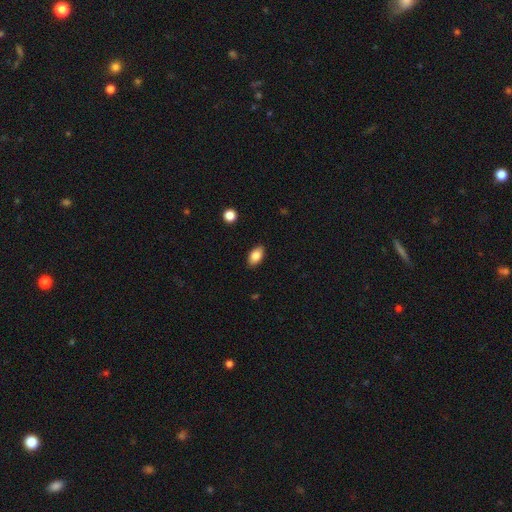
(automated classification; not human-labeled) smooth_or_featured: smooth (p=0.84) [alt: featured or disk p=0.08]
how_rounded: in between (p=0.91) [alt: round p=0.07]
merging: none (p=0.86) [alt: minor disturbance p=0.10]